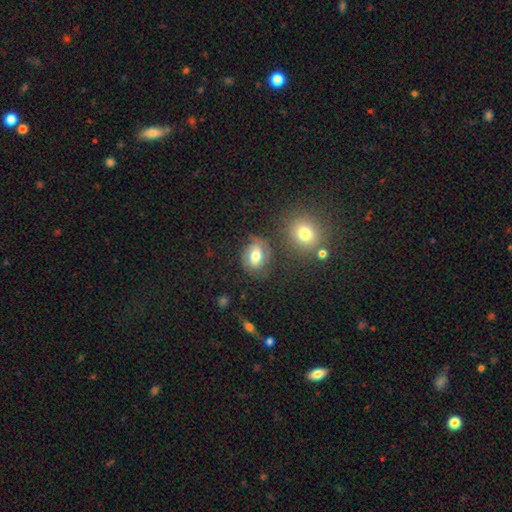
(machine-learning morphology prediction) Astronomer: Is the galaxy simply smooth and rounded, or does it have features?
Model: smooth — 47% (runner-up: featured or disk, 41%).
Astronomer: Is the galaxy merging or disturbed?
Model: none — 63%.